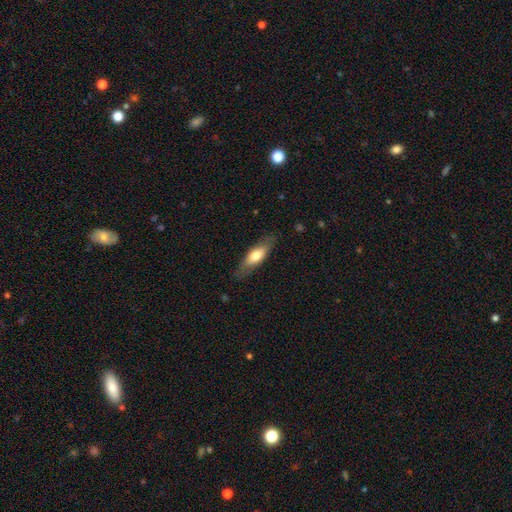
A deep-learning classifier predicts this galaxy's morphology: Smooth or featured? Predicted: smooth (p=0.60). How rounded? Predicted: in between (p=0.52). Merging? Predicted: none (p=0.81).